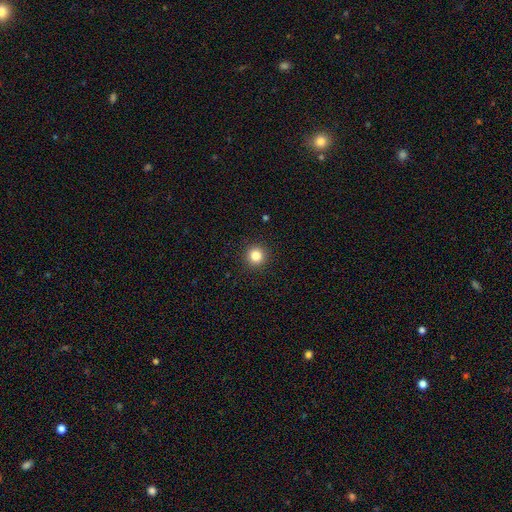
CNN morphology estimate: Smooth or featured? Predicted: smooth (p=0.84). How rounded? Predicted: round (p=0.95). Merging? Predicted: none (p=0.93).